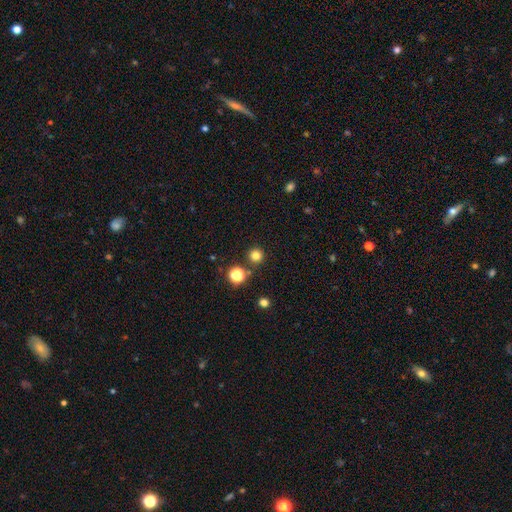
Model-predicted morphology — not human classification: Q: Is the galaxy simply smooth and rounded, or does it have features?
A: smooth — 80%.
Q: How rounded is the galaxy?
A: round — 96%.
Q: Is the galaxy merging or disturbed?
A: none — 87%.